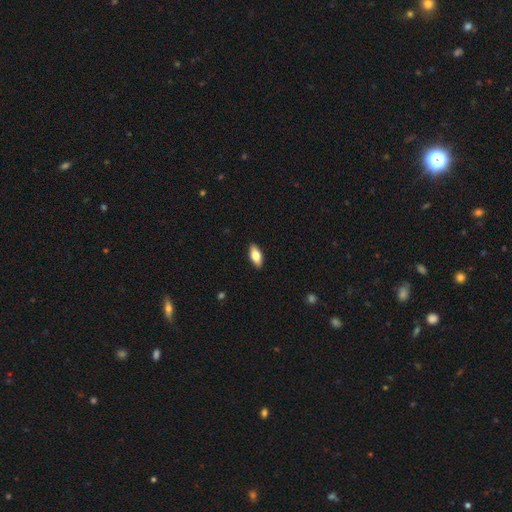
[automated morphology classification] This appears to be a smooth galaxy with no disk features (70%) that is in between round and cigar-shaped (82%). Merging: none (90%).